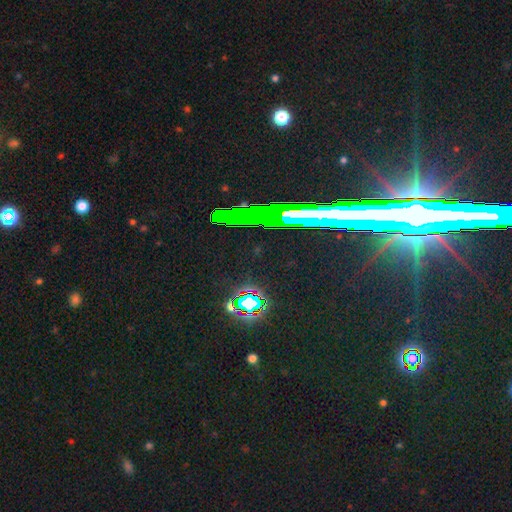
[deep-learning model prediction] A star or artifact, not a galaxy (70%).